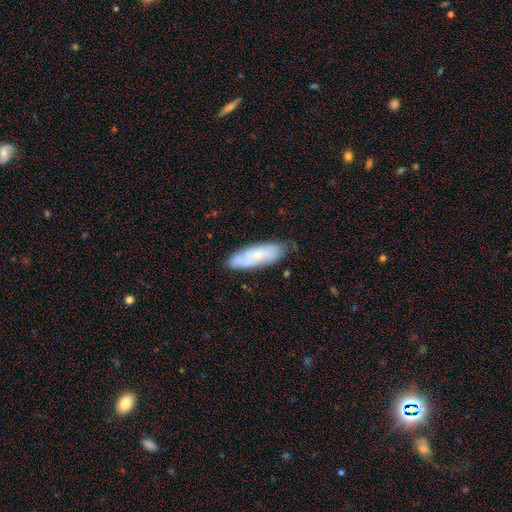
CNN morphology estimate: This appears to be a featured or disk galaxy (47%). Merging: none (69%).